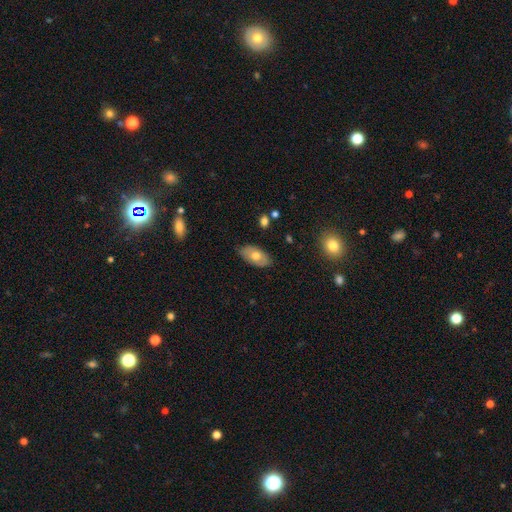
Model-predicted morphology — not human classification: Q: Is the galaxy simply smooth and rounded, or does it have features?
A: smooth — 66%.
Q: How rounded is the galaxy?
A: in between — 93%.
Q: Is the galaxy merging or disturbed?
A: none — 81%.